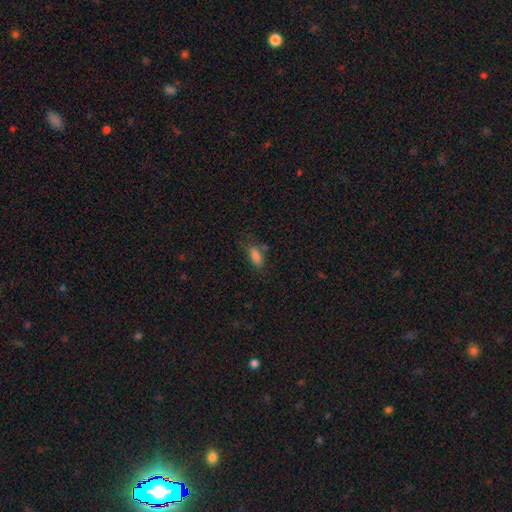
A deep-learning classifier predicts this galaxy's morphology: The model was most divided on "merging": none: 66%, minor disturbance: 20%, major disturbance: 7%, merger: 7%. More confident: smooth or featured — smooth (83%); how rounded — in between (79%).